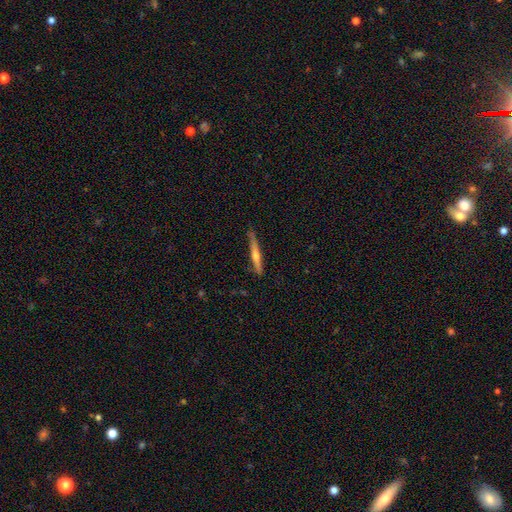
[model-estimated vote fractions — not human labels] This is likely a featured or disk galaxy (62%). It is clearly viewed edge-on (97%). Edge-on bulge: likely rounded (80%). Merging: clearly none (83%).